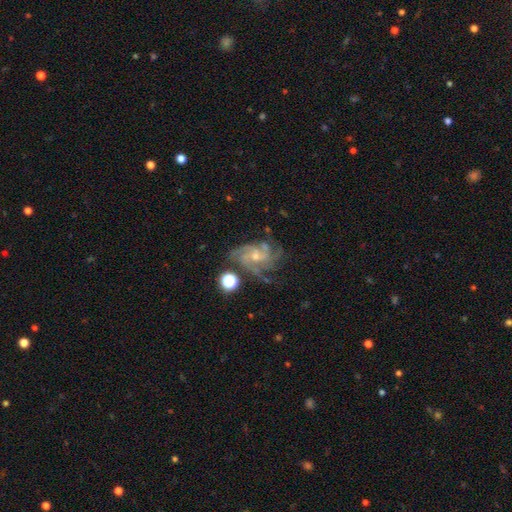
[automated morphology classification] A featured or disk galaxy (85%) with no bar (59%), 4 (30%) tight (49%) spiral arms (97%) and a small central bulge (62%). Merging: none (67%).